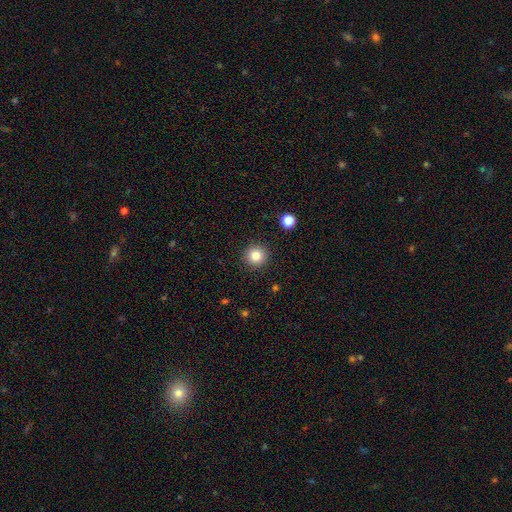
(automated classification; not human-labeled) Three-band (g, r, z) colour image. It shows a smooth galaxy with no disk features (82%) that is round (95%). Merging: none (91%).